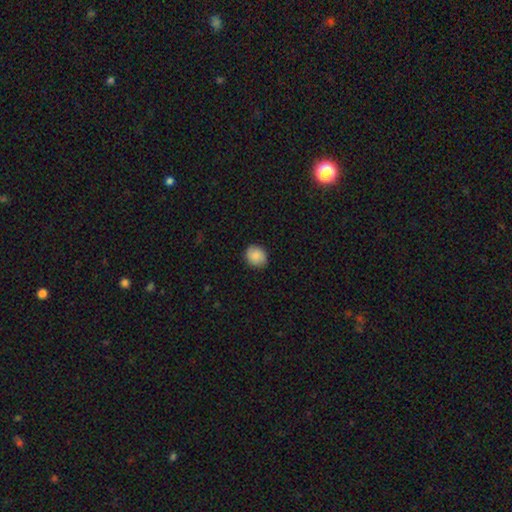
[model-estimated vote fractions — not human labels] smooth 87%, star or artifact 7%, featured or disk 6%. Down the decision tree: how rounded — round (70%); merging — none (88%).